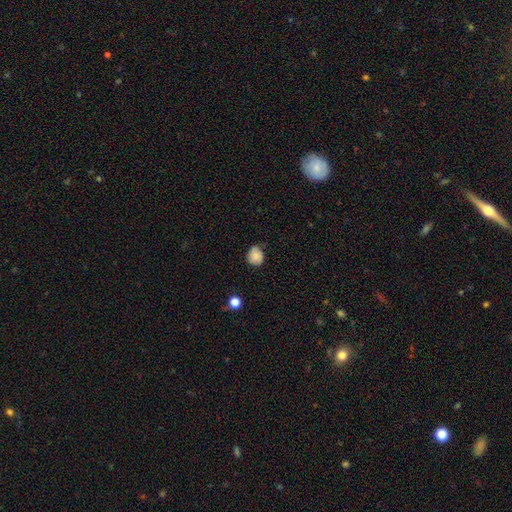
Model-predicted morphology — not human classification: This appears to be a smooth galaxy with no disk features (77%) that is round (74%). Merging: none (61%).